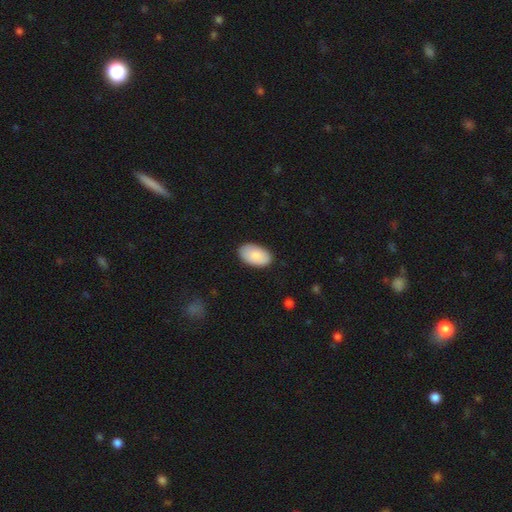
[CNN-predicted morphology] smooth_or_featured: smooth (p=0.88) [alt: featured or disk p=0.07]
how_rounded: in between (p=0.95) [alt: round p=0.03]
merging: none (p=0.86) [alt: minor disturbance p=0.11]